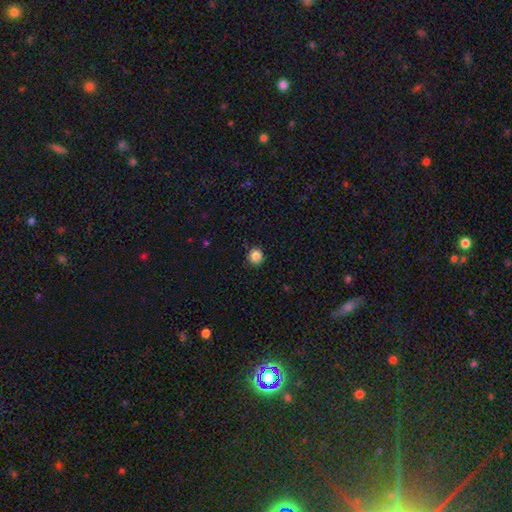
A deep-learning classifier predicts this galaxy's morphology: Smooth or featured: smooth — 86% (star or artifact — 11%)
How rounded: round — 93% (in between — 6%)
Merging: none — 84% (minor disturbance — 12%)